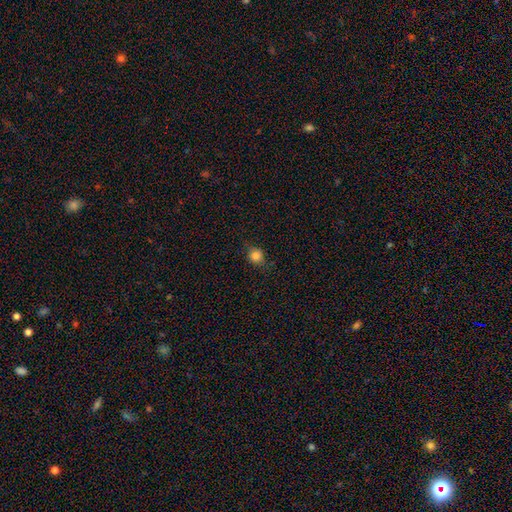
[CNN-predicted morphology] Smooth or featured?
  - smooth: 82% *
  - star or artifact: 12%
  - featured or disk: 7%
How rounded?
  - round: 82% *
  - in between: 17%
  - cigar-shaped: 1%
Merging?
  - none: 79% *
  - minor disturbance: 16%
  - major disturbance: 4%
  - merger: 1%